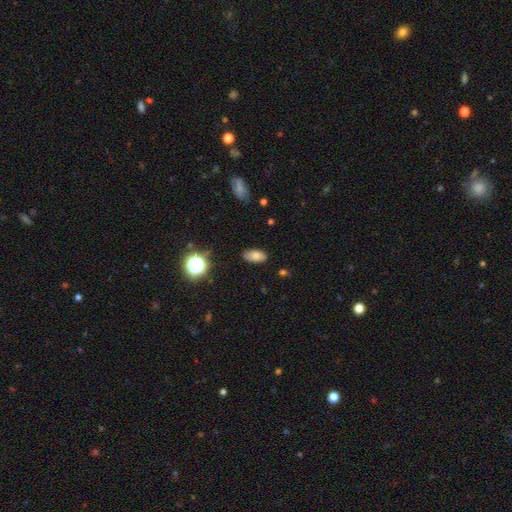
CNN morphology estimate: This appears to be a smooth galaxy with no disk features (78%) that is in between round and cigar-shaped (92%). Merging: none (84%).